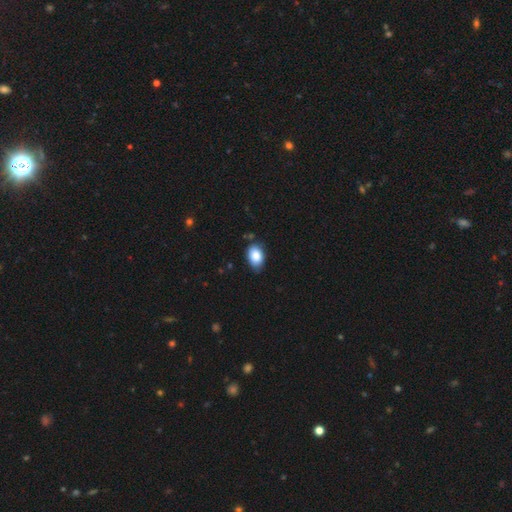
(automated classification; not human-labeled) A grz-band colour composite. It shows a smooth galaxy with no disk features (86%) that is in between round and cigar-shaped (86%). Merging: none (71%).